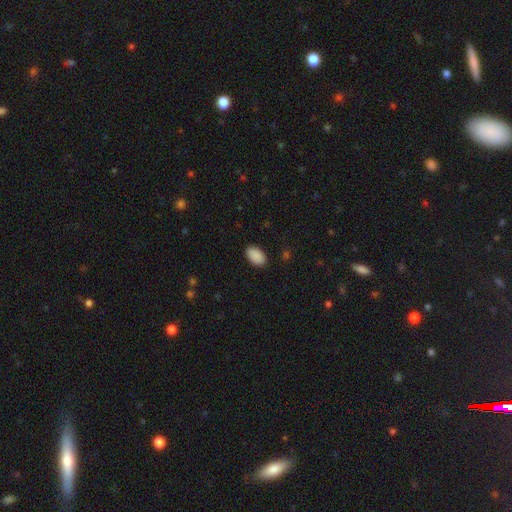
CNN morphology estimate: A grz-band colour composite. It shows a smooth galaxy with no disk features (91%) that is in between round and cigar-shaped (93%). Merging: none (88%).